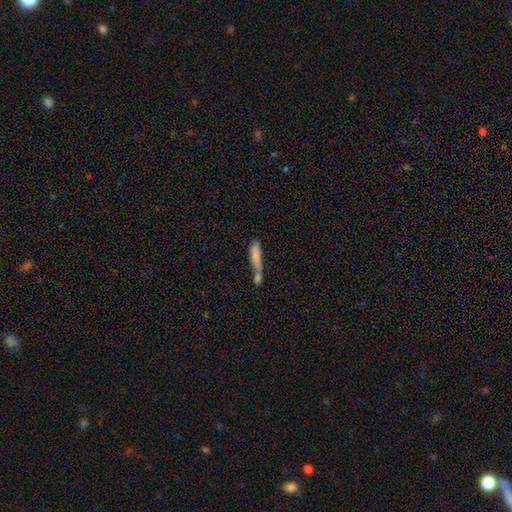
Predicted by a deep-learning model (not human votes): Smooth or featured: smooth — 76% (featured or disk — 16%)
How rounded: cigar-shaped — 74% (in between — 24%)
Merging: merger — 53% (none — 26%)